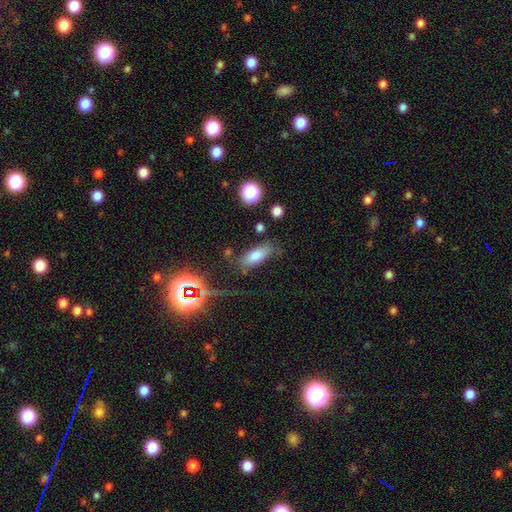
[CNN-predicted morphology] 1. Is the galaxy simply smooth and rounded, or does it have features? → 74% smooth, 14% featured or disk, 12% star or artifact.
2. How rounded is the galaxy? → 77% in between, 19% cigar-shaped, 4% round.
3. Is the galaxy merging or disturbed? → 67% none, 19% minor disturbance, 8% major disturbance, 5% merger.